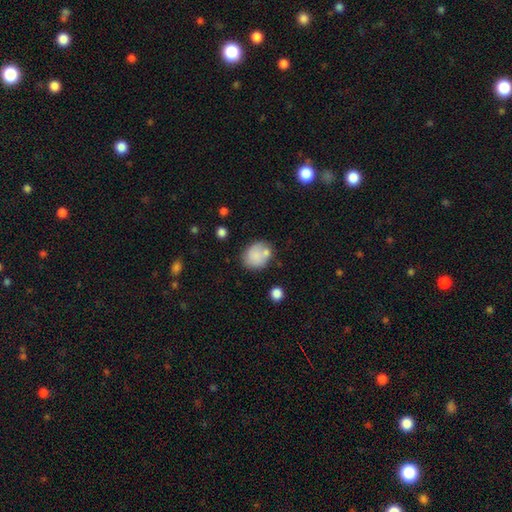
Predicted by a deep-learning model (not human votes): Smooth or featured: smooth — 81% (featured or disk — 11%)
How rounded: round — 62% (in between — 37%)
Merging: none — 59% (minor disturbance — 19%)